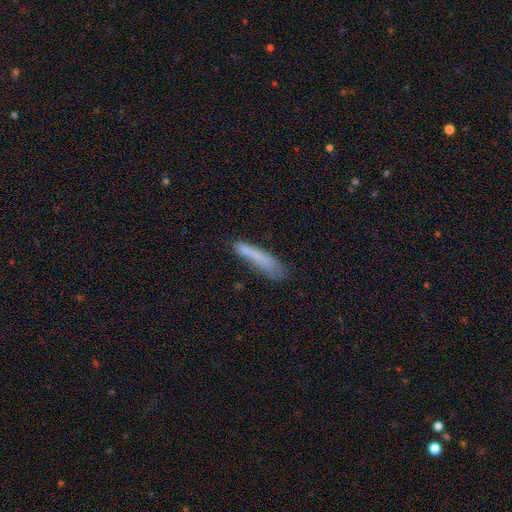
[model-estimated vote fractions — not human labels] Smooth or featured? smooth (72%)
How rounded? cigar-shaped (89%)
Merging? none (55%)